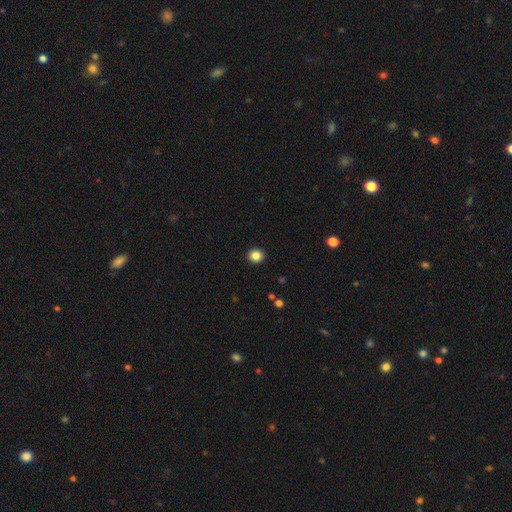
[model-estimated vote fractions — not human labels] Smooth or featured? smooth (86%)
How rounded? round (78%)
Merging? none (92%)